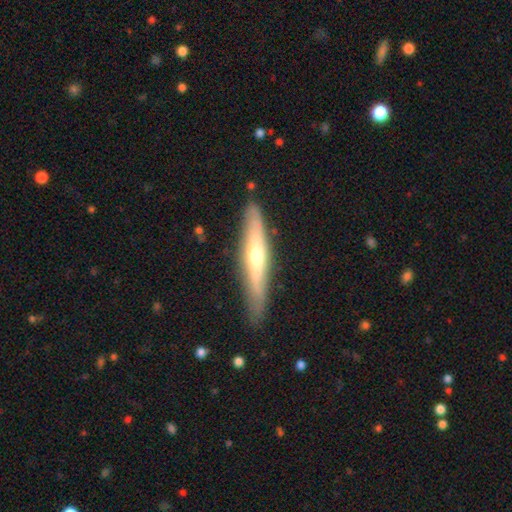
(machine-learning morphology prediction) featured or disk 58%, smooth 36%, star or artifact 5%. Down the decision tree: edge-on disk — yes (86%); edge-on bulge — rounded (79%); merging — none (84%).